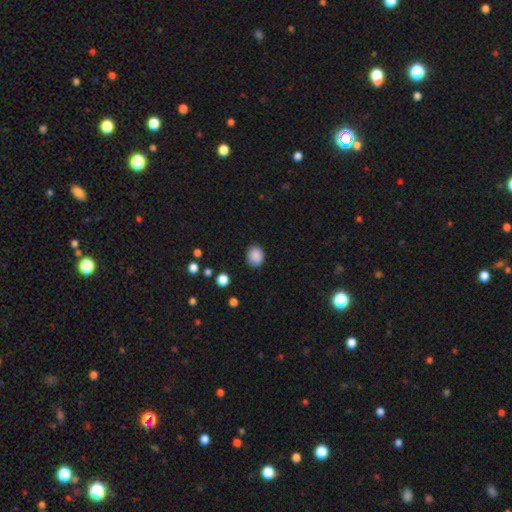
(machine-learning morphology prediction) A smooth galaxy with no disk features (88%) that is round (64%). Merging: none (86%).